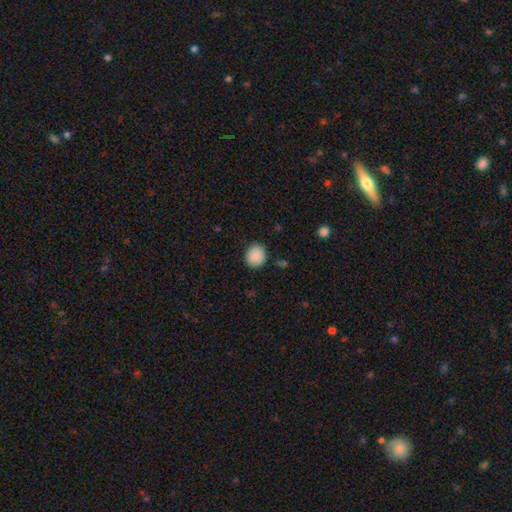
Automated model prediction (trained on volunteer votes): Smooth or featured? smooth (89%)
How rounded? round (80%)
Merging? none (87%)